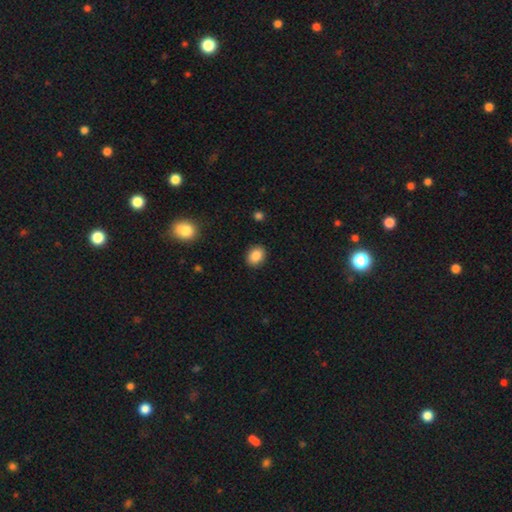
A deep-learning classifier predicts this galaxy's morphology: Smooth or featured? Predicted: smooth (p=0.87). How rounded? Predicted: in between (p=0.57). Merging? Predicted: none (p=0.90).